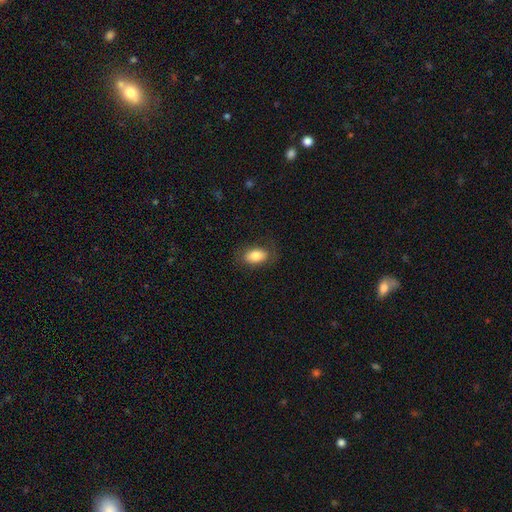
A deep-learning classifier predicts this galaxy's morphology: This appears to be a smooth galaxy with no disk features (81%) that is in between round and cigar-shaped (91%). Merging: none (79%).